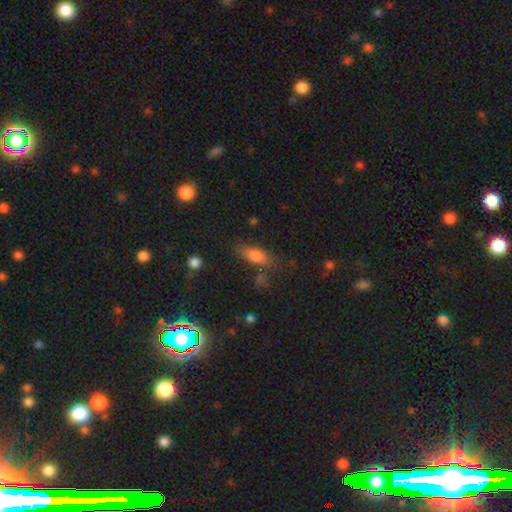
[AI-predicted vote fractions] Smooth or featured: smooth — 74% (featured or disk — 15%)
How rounded: in between — 71% (cigar-shaped — 23%)
Merging: none — 66% (minor disturbance — 20%)